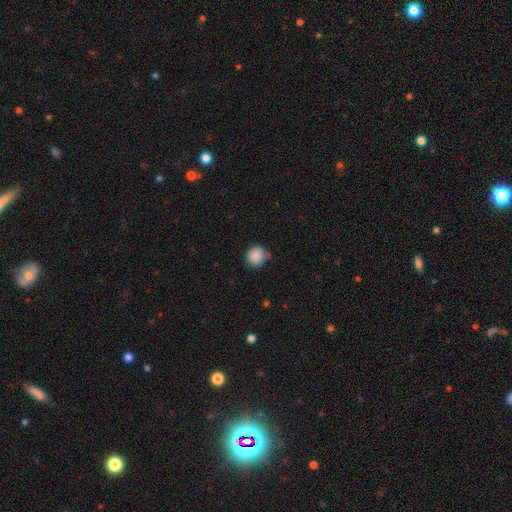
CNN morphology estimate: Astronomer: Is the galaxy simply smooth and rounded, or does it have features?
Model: smooth — 88%.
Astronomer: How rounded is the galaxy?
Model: round — 86%.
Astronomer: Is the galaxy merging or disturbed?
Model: none — 70%.